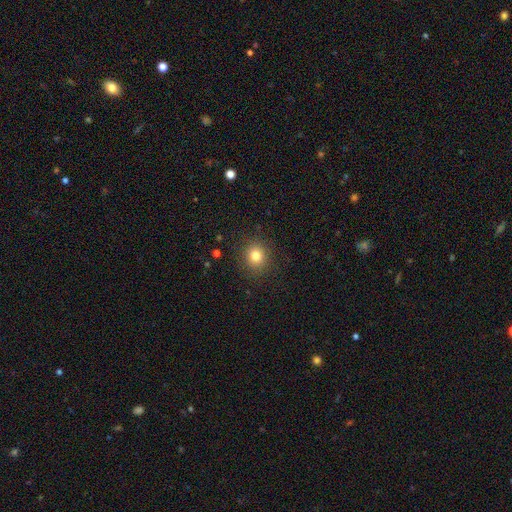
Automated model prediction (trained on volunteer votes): This is clearly a smooth galaxy (81%). How rounded: clearly round (85%). Merging: clearly none (89%).